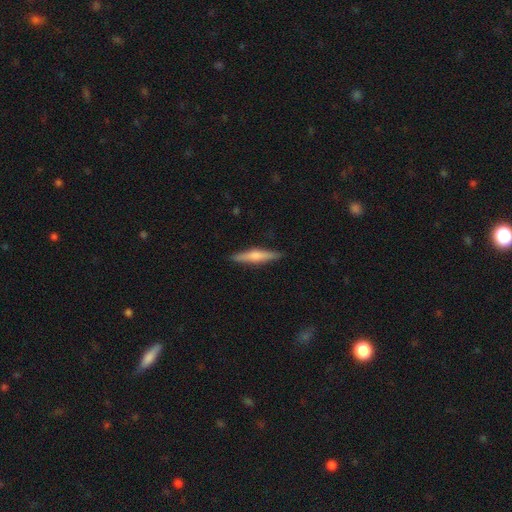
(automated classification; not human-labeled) Q: Smooth or featured?
A: smooth (50%); runner-up: featured or disk (44%)
Q: Merging?
A: none (89%); runner-up: minor disturbance (8%)